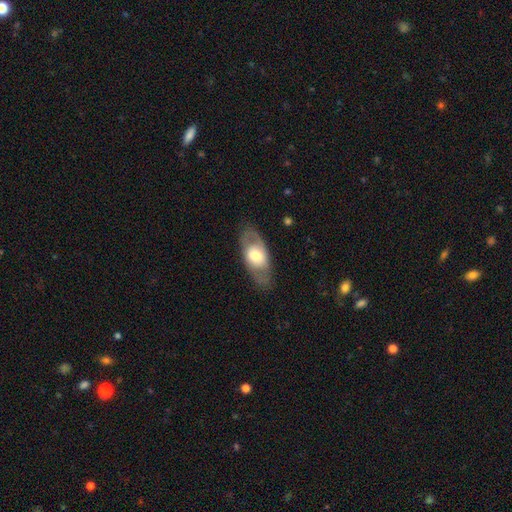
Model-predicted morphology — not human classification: A featured or disk galaxy (50%).

Vote fractions:
- Smooth or featured? featured or disk: 50% / smooth: 44% / star or artifact: 6%
- Edge-on disk? no: 82% / yes: 18%
- Merging? none: 78% / minor disturbance: 14% / major disturbance: 8% / merger: 1%